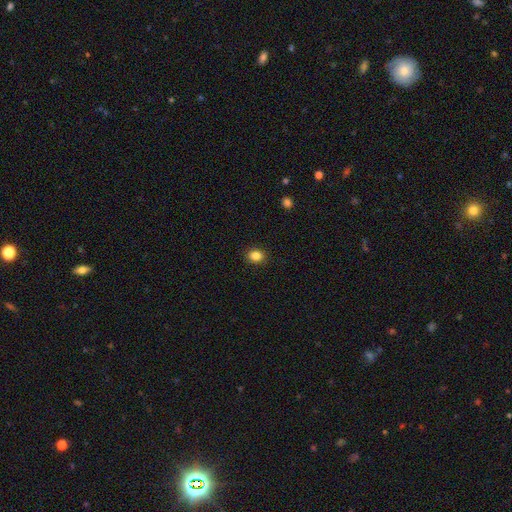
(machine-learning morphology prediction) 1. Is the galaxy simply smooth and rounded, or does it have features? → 84% smooth, 11% star or artifact, 5% featured or disk.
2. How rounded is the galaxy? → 64% round, 36% in between, 1% cigar-shaped.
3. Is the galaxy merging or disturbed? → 91% none, 6% minor disturbance, 2% major disturbance, 1% merger.